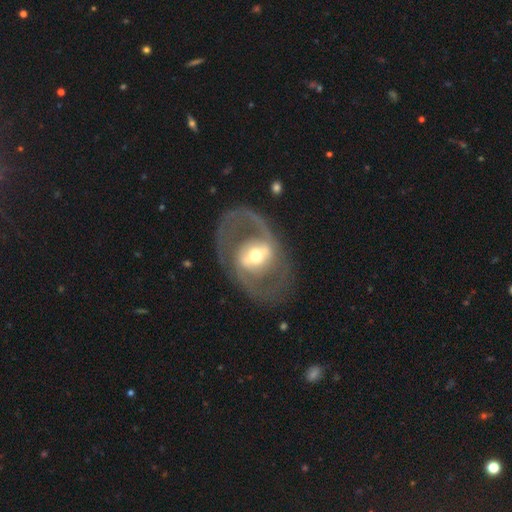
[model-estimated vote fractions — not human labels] A featured or disk galaxy (78%) with a strong bar (46%), spiral arms (57%) and a moderate central bulge (63%).

Vote fractions:
- Smooth or featured? featured or disk: 78% / smooth: 17% / star or artifact: 5%
- Edge-on disk? no: 93% / yes: 7%
- Bar? strong: 46% / weak: 32% / no: 22%
- Spiral arms? yes: 57% / no: 43%
- Bulge size? moderate: 63% / small: 18% / large: 16% / dominant: 2% / none: 1%
- Merging? none: 73% / major disturbance: 13% / minor disturbance: 12% / merger: 2%